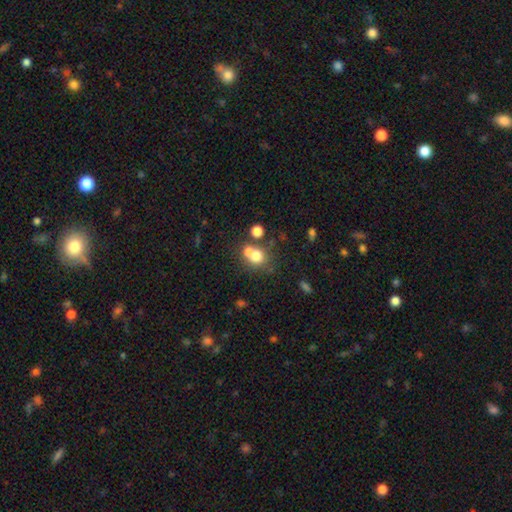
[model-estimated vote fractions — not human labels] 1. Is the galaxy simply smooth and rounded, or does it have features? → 70% smooth, 16% featured or disk, 14% star or artifact.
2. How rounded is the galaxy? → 81% round, 18% in between, 1% cigar-shaped.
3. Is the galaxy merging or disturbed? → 45% merger, 43% none, 8% minor disturbance, 5% major disturbance.